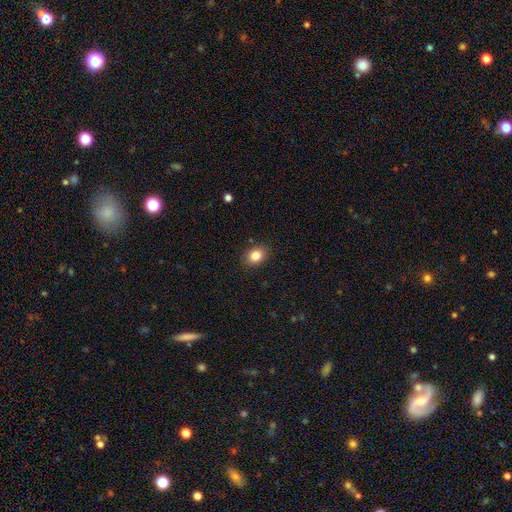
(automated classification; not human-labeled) Q: Smooth or featured?
A: smooth (84%); runner-up: star or artifact (10%)
Q: How rounded?
A: in between (52%); runner-up: round (47%)
Q: Merging?
A: none (88%); runner-up: minor disturbance (9%)